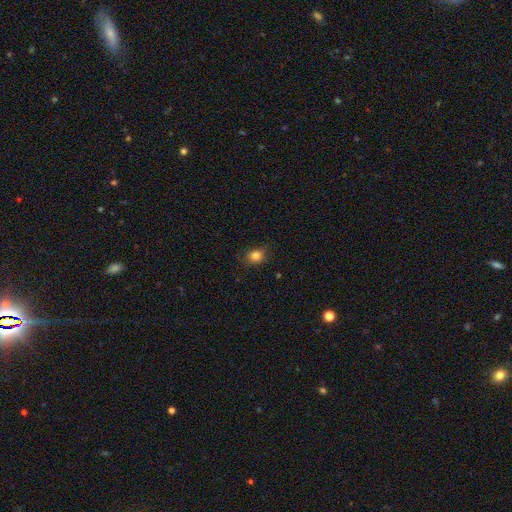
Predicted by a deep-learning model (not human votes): Smooth or featured: smooth — 83% (star or artifact — 11%)
How rounded: round — 61% (in between — 38%)
Merging: none — 81% (minor disturbance — 15%)